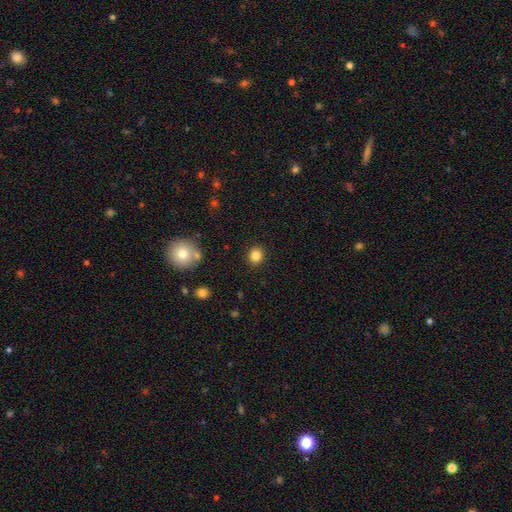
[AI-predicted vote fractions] This appears to be a smooth galaxy with no disk features (84%) that is round (82%). Merging: none (90%).